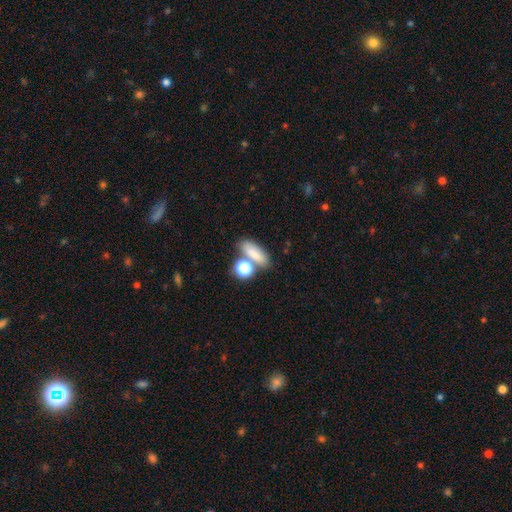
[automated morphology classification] Smooth or featured: smooth — 78% (featured or disk — 11%)
How rounded: in between — 64% (cigar-shaped — 20%)
Merging: none — 58% (merger — 25%)